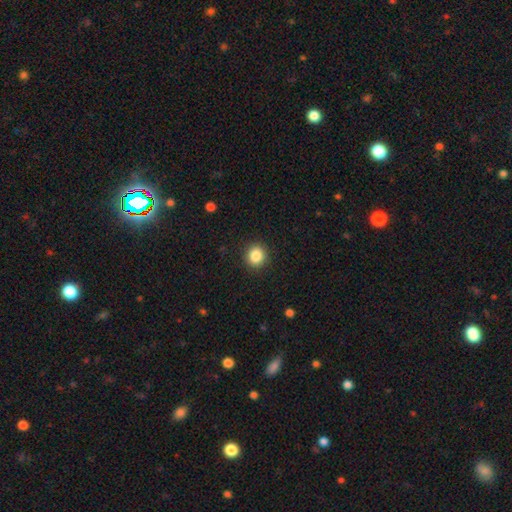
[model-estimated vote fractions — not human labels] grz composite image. It shows a smooth galaxy with no disk features (86%) that is round (86%). Merging: none (91%).